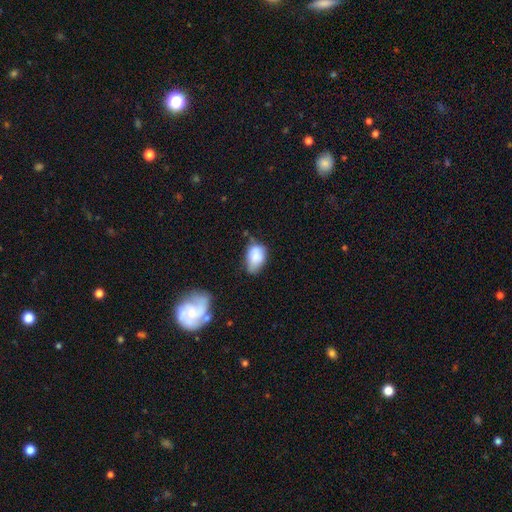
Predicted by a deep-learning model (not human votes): Smooth or featured: smooth — 81% (featured or disk — 11%)
How rounded: in between — 88% (round — 10%)
Merging: minor disturbance — 41% (none — 40%)